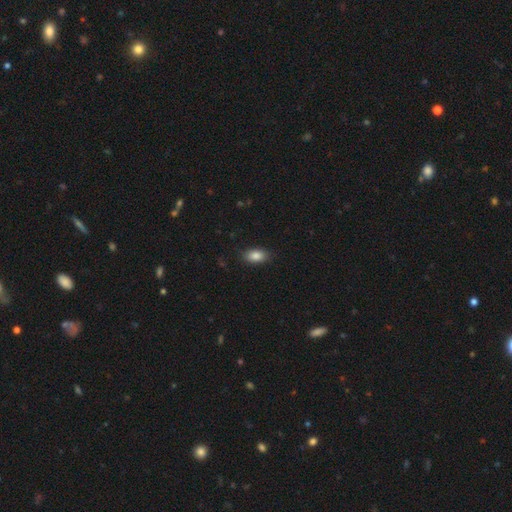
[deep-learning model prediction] Q: Smooth or featured?
A: smooth (86%); runner-up: star or artifact (8%)
Q: How rounded?
A: in between (91%); runner-up: round (7%)
Q: Merging?
A: none (85%); runner-up: minor disturbance (12%)